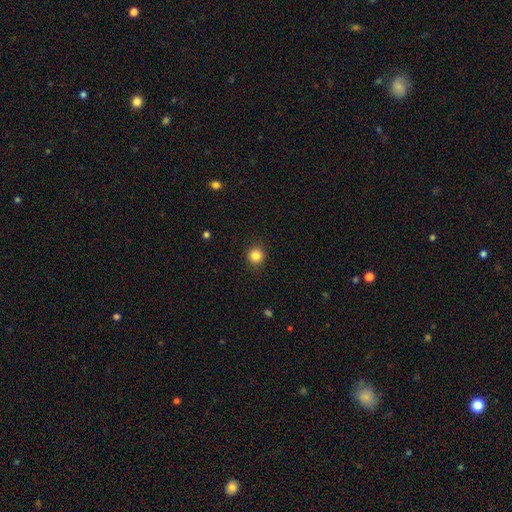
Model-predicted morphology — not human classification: This appears to be a smooth galaxy with no disk features (85%) that is round (92%). Merging: none (90%).